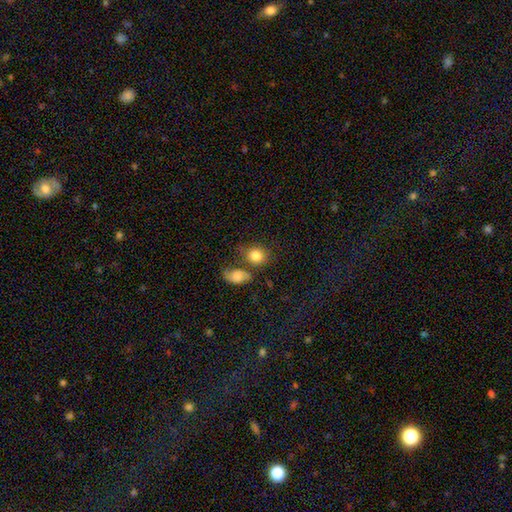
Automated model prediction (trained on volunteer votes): Smooth or featured?
  - smooth: 83% *
  - featured or disk: 9%
  - star or artifact: 8%
How rounded?
  - round: 67% *
  - in between: 32%
  - cigar-shaped: 1%
Merging?
  - none: 56% *
  - merger: 24%
  - minor disturbance: 14%
  - major disturbance: 5%